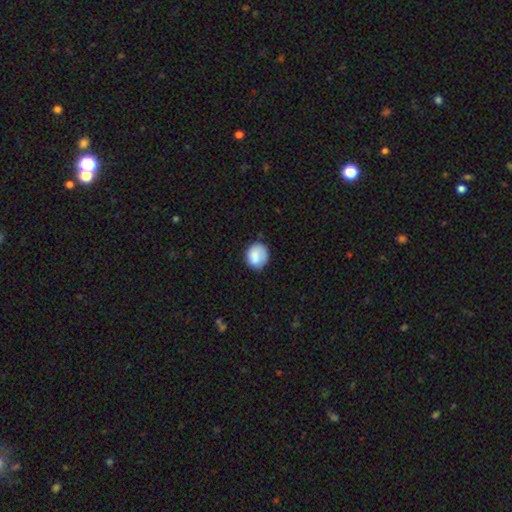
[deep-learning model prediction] A smooth galaxy with no disk features (83%) that is round (75%).

Vote fractions:
- Smooth or featured? smooth: 83% / featured or disk: 10% / star or artifact: 7%
- How rounded? round: 75% / in between: 24% / cigar-shaped: 1%
- Merging? none: 71% / minor disturbance: 21% / major disturbance: 6% / merger: 2%